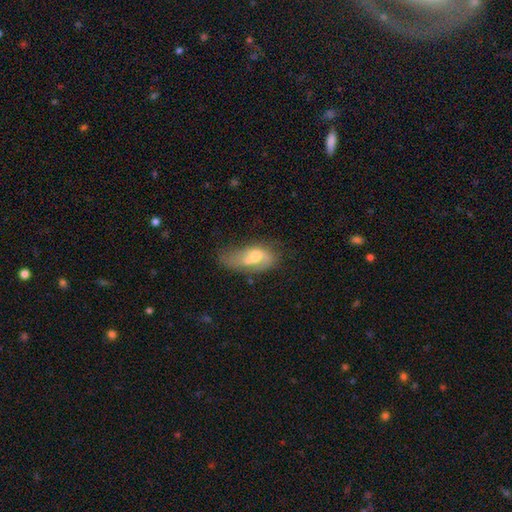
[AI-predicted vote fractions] This appears to be a smooth galaxy with no disk features (52%) that is in between round and cigar-shaped (85%). Merging: merger (34%).